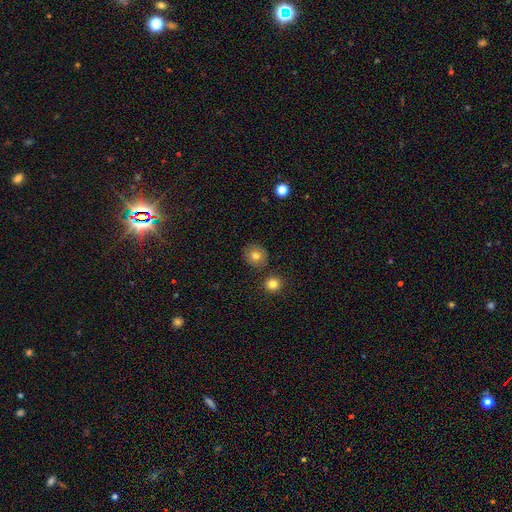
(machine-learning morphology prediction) A smooth galaxy with no disk features (78%) that is round (88%). Merging: none (85%).